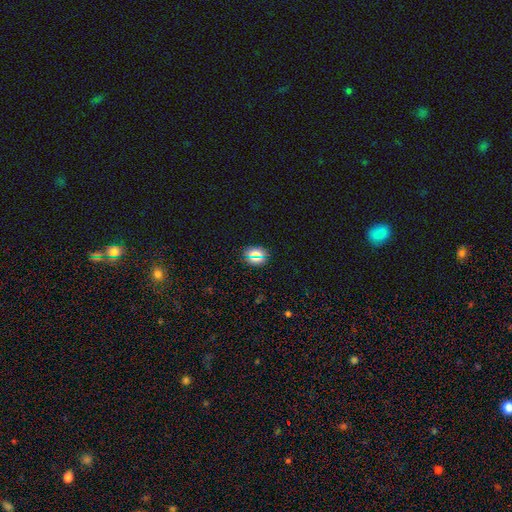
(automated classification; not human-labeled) Q: Smooth or featured?
A: smooth (66%); runner-up: star or artifact (26%)
Q: How rounded?
A: in between (52%); runner-up: round (43%)
Q: Merging?
A: none (87%); runner-up: minor disturbance (9%)